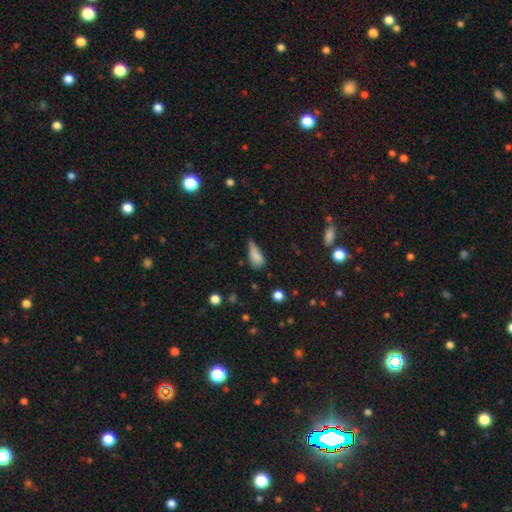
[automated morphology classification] Smooth or featured? Predicted: smooth (p=0.78). How rounded? Predicted: in between (p=0.78). Merging? Predicted: minor disturbance (p=0.47).